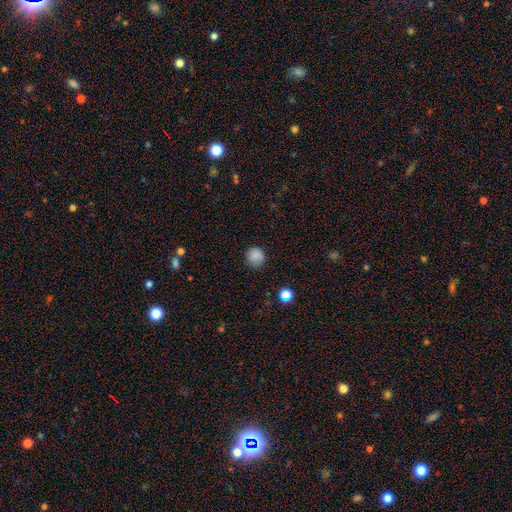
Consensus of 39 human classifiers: Morphology: type=smooth (85%); roundness=round (94%); merging=none (92%).